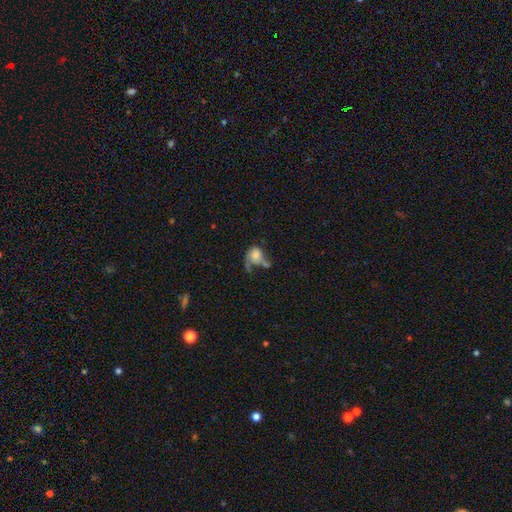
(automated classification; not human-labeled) The model was most divided on "how rounded": in between: 51%, round: 47%, cigar-shaped: 2%. Remaining: smooth or featured — smooth (61%); merging — major disturbance (35%).